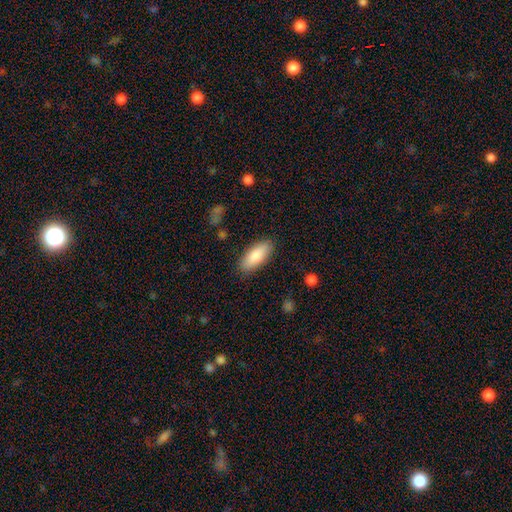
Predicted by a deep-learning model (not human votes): Q: Smooth or featured?
A: smooth (83%); runner-up: featured or disk (11%)
Q: How rounded?
A: in between (81%); runner-up: cigar-shaped (17%)
Q: Merging?
A: none (87%); runner-up: minor disturbance (10%)